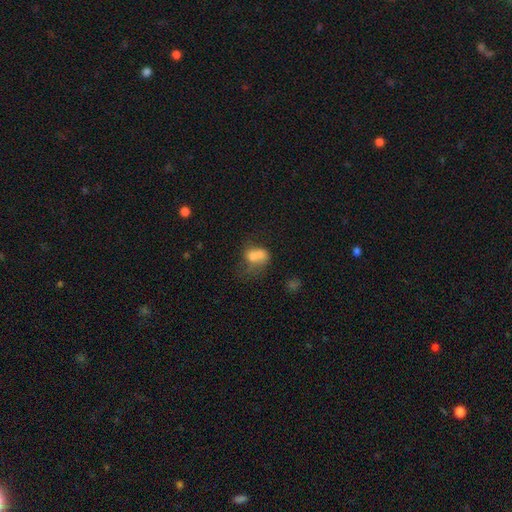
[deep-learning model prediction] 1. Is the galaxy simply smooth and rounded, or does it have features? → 65% smooth, 23% featured or disk, 12% star or artifact.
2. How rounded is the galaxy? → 55% in between, 43% round, 1% cigar-shaped.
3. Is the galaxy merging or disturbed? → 60% merger, 18% none, 12% major disturbance, 10% minor disturbance.